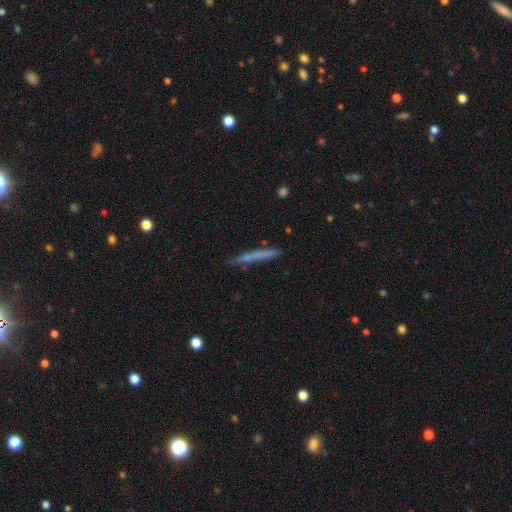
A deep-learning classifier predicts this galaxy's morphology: Smooth or featured?
  - smooth: 59% *
  - featured or disk: 33%
  - star or artifact: 8%
How rounded?
  - cigar-shaped: 96% *
  - in between: 3%
  - round: 2%
Merging?
  - none: 81% *
  - minor disturbance: 14%
  - major disturbance: 3%
  - merger: 2%